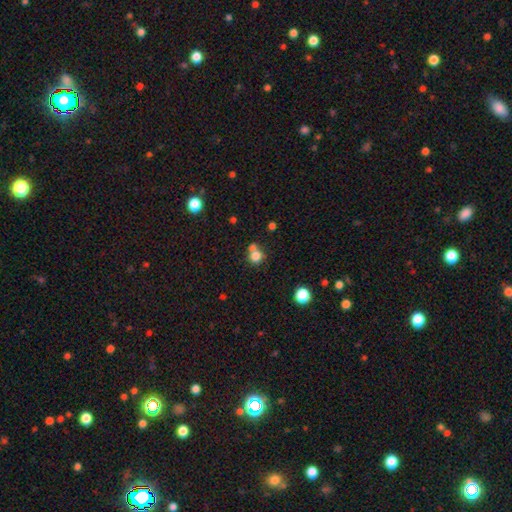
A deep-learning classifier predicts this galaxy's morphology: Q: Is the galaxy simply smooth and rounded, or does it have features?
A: smooth — 78%.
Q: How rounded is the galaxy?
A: round — 87%.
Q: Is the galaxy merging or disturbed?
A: none — 51%.